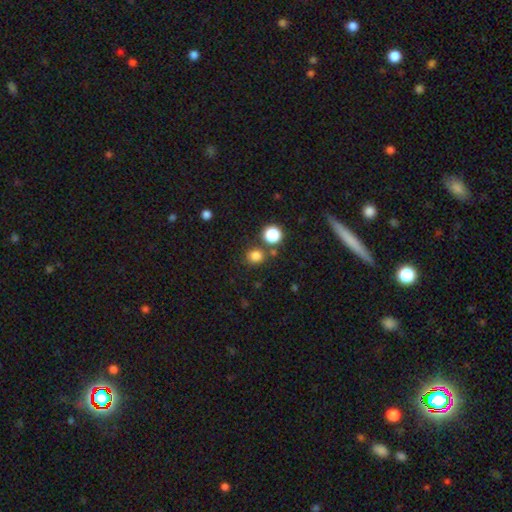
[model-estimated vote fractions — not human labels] Smooth or featured? Predicted: smooth (p=0.80). How rounded? Predicted: round (p=0.86). Merging? Predicted: none (p=0.77).